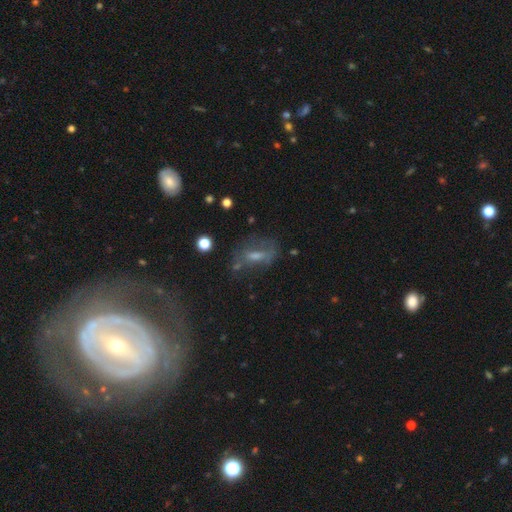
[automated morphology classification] A featured or disk galaxy (47%).

Vote fractions:
- Smooth or featured? featured or disk: 47% / smooth: 34% / star or artifact: 18%
- Merging? none: 49% / major disturbance: 23% / minor disturbance: 22% / merger: 6%